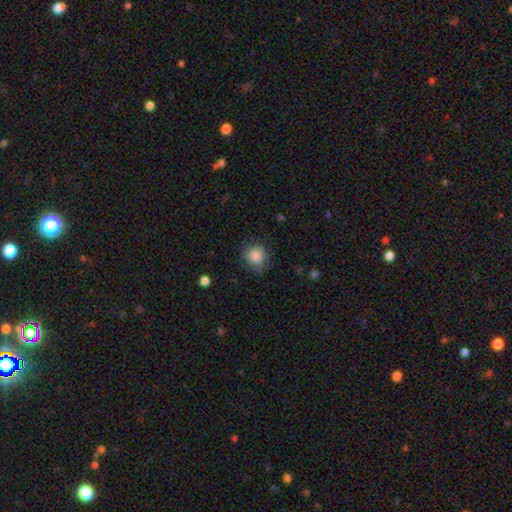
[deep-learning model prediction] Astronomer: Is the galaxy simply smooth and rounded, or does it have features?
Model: smooth — 87%.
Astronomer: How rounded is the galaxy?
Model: round — 85%.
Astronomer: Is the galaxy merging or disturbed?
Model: none — 72%.